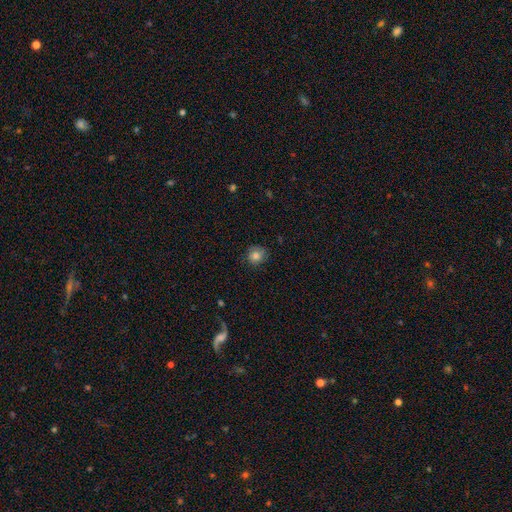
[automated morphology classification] A smooth galaxy with no disk features (76%) that is round (84%).

Vote fractions:
- Smooth or featured? smooth: 76% / featured or disk: 13% / star or artifact: 10%
- How rounded? round: 84% / in between: 15% / cigar-shaped: 1%
- Merging? none: 79% / minor disturbance: 16% / major disturbance: 4% / merger: 1%